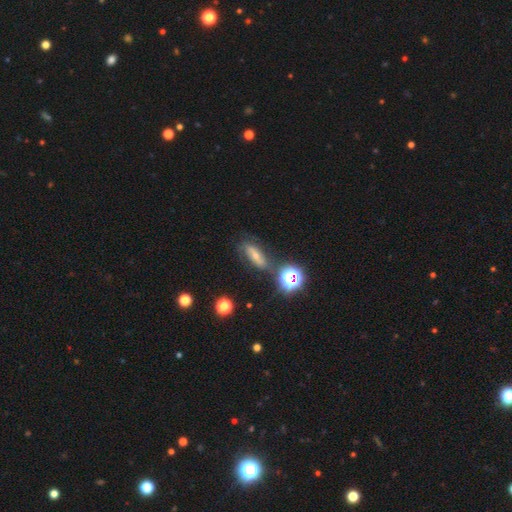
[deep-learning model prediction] This is marginally a smooth galaxy (40%, tied with featured or disk). Merging: likely none (62%).